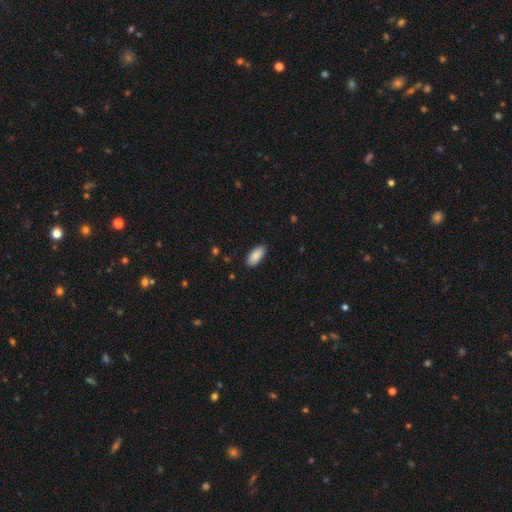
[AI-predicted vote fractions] This appears to be a smooth galaxy with no disk features (88%) that is in between round and cigar-shaped (90%). Merging: none (88%).